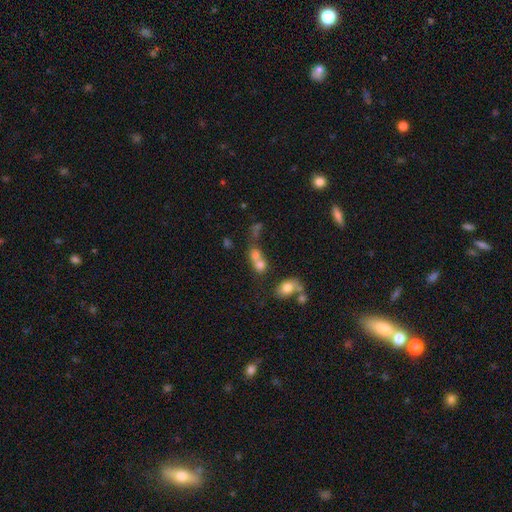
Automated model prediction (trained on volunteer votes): smooth_or_featured: smooth (p=0.65) [alt: featured or disk p=0.19]
how_rounded: round (p=0.57) [alt: in between p=0.40]
merging: merger (p=0.62) [alt: none p=0.24]